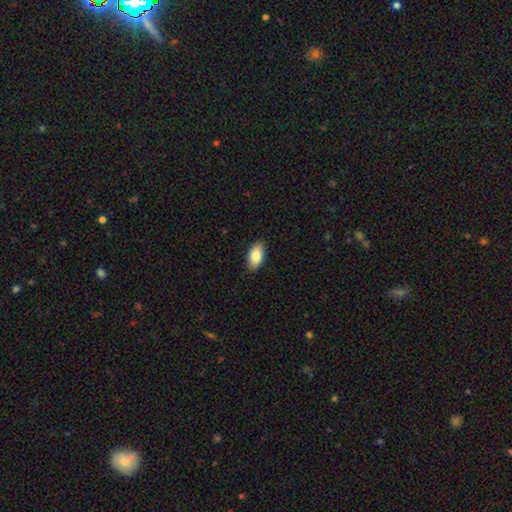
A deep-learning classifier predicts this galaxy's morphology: smooth_or_featured: smooth (p=0.85) [alt: featured or disk p=0.08]
how_rounded: in between (p=0.93) [alt: cigar-shaped p=0.03]
merging: none (p=0.88) [alt: minor disturbance p=0.09]